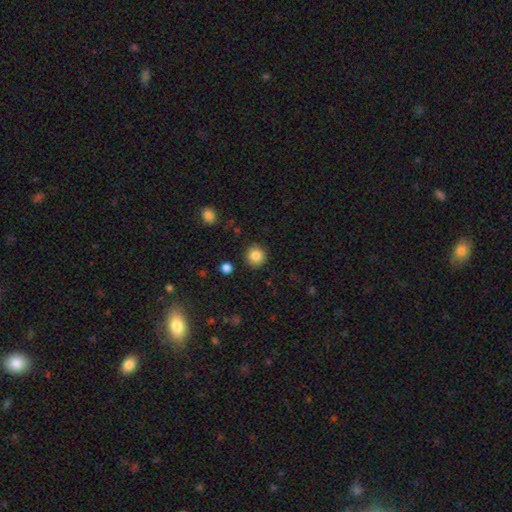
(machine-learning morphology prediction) This is clearly a smooth galaxy (85%). How rounded: clearly round (93%). Merging: clearly none (90%).